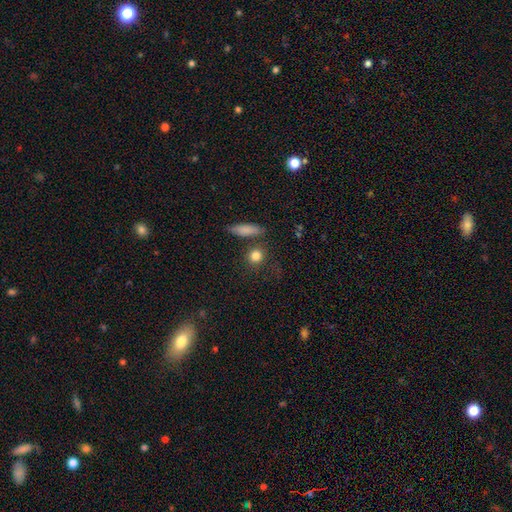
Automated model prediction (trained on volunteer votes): Smooth or featured: smooth — 83% (star or artifact — 10%)
How rounded: round — 82% (in between — 14%)
Merging: none — 79% (minor disturbance — 10%)